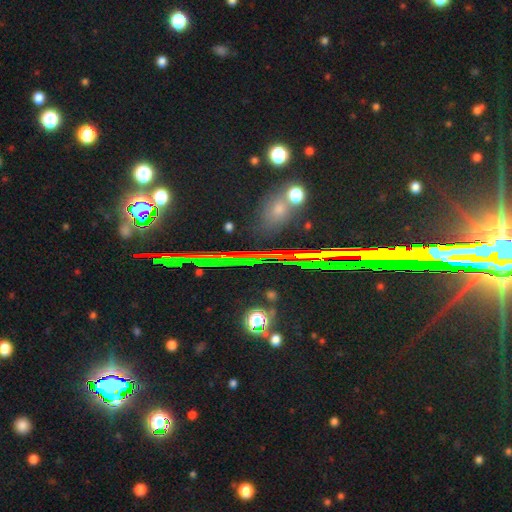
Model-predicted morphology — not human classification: Q: Smooth or featured?
A: star or artifact (75%); runner-up: smooth (15%)